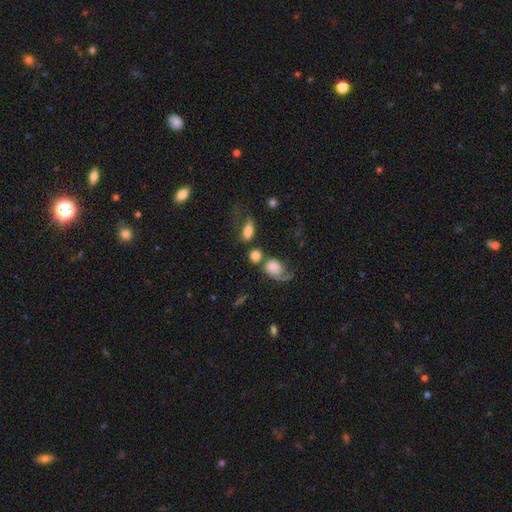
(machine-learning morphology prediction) Smooth or featured: smooth — 73% (featured or disk — 18%)
How rounded: in between — 51% (round — 46%)
Merging: merger — 34% (none — 31%)